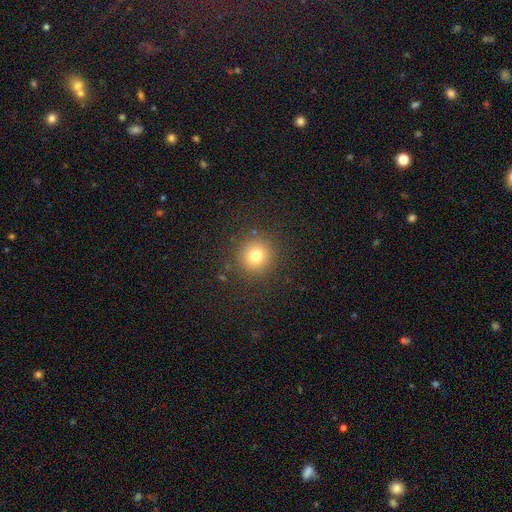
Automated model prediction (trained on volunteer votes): This appears to be a smooth galaxy with no disk features (76%) that is round (93%). Merging: none (88%).